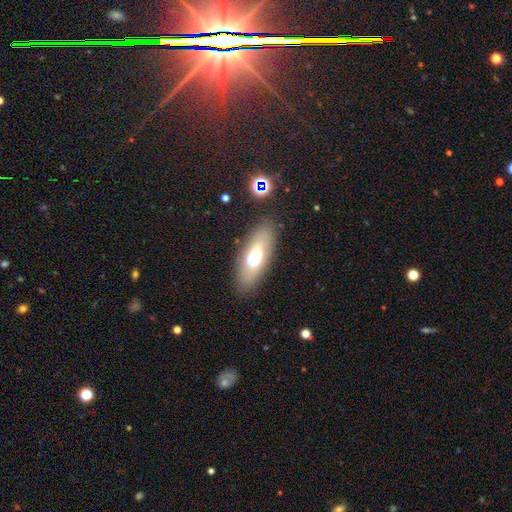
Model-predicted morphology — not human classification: A smooth galaxy with no disk features (57%) that is in between round and cigar-shaped (66%).

Vote fractions:
- Smooth or featured? smooth: 57% / featured or disk: 31% / star or artifact: 12%
- How rounded? in between: 66% / cigar-shaped: 30% / round: 4%
- Merging? none: 82% / minor disturbance: 10% / major disturbance: 4% / merger: 4%